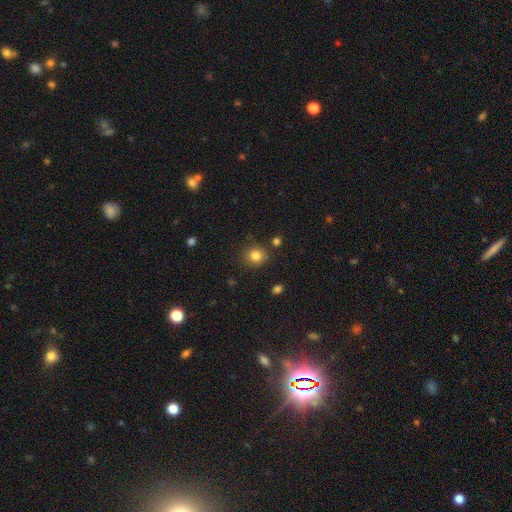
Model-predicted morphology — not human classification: Smooth or featured?
  - smooth: 82% *
  - star or artifact: 12%
  - featured or disk: 6%
How rounded?
  - round: 86% *
  - in between: 14%
  - cigar-shaped: 1%
Merging?
  - none: 83% *
  - minor disturbance: 10%
  - merger: 4%
  - major disturbance: 3%